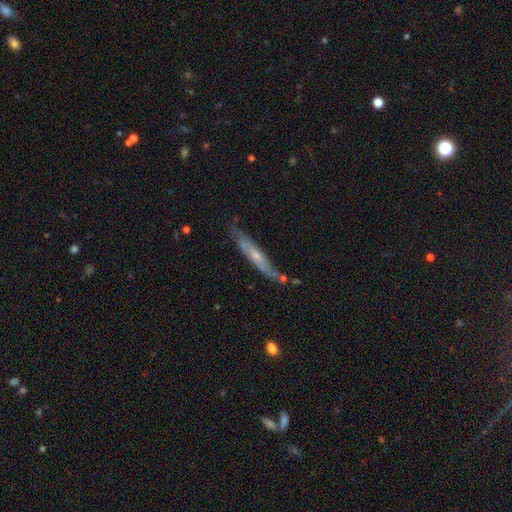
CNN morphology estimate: smooth_or_featured: featured or disk (p=0.59) [alt: smooth p=0.35]
disk_edge_on: yes (p=0.73) [alt: no p=0.27]
merging: none (p=0.68) [alt: minor disturbance p=0.22]